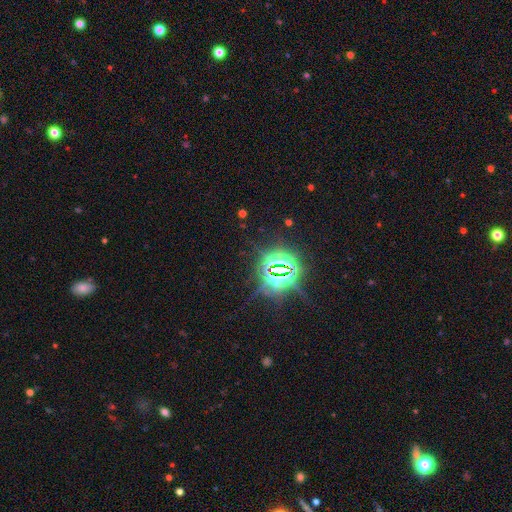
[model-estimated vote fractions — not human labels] Smooth or featured? Predicted: star or artifact (p=0.84).